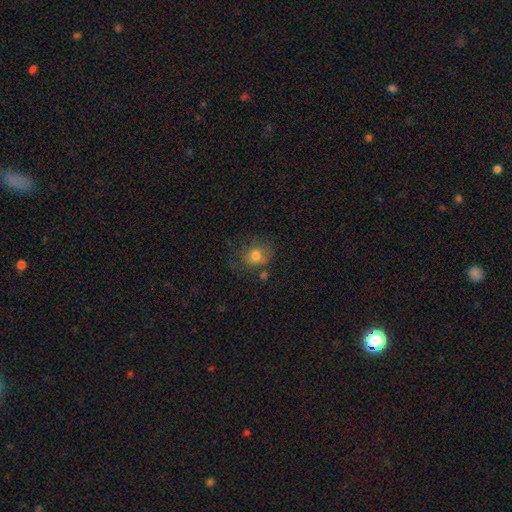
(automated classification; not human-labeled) A smooth galaxy with no disk features (75%) that is round (70%).

Vote fractions:
- Smooth or featured? smooth: 75% / featured or disk: 14% / star or artifact: 11%
- How rounded? round: 70% / in between: 29% / cigar-shaped: 1%
- Merging? none: 56% / minor disturbance: 23% / major disturbance: 11% / merger: 10%